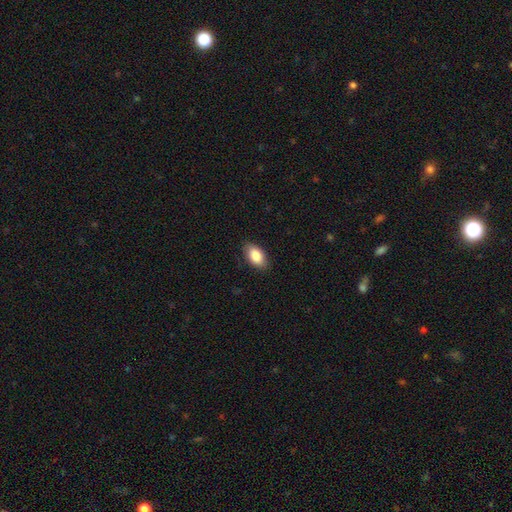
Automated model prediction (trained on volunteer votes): Morphology: type=smooth (87%); roundness=in between (93%); merging=none (86%).